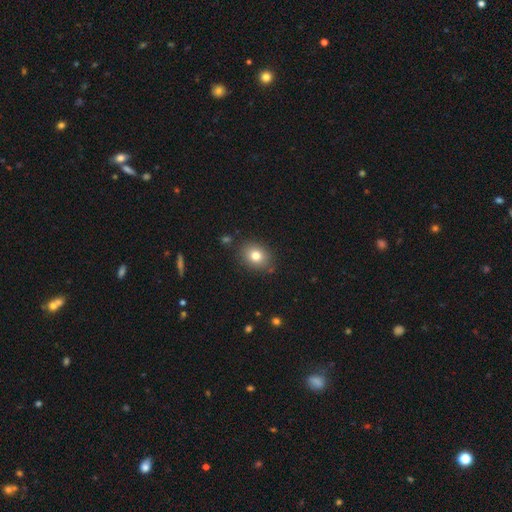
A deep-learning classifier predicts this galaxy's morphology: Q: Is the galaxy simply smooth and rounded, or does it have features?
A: smooth — 79%.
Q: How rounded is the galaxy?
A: round — 51%.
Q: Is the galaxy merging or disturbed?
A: none — 85%.